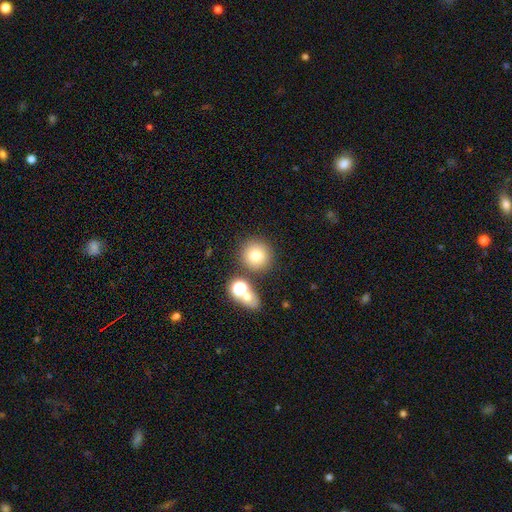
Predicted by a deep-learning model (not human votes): smooth-or-featured: smooth: 76% | star or artifact: 13% | featured or disk: 10%
  how-rounded: round: 92% | in between: 7% | cigar-shaped: 1%
  merging: none: 76% | merger: 12% | minor disturbance: 8% | major disturbance: 3%